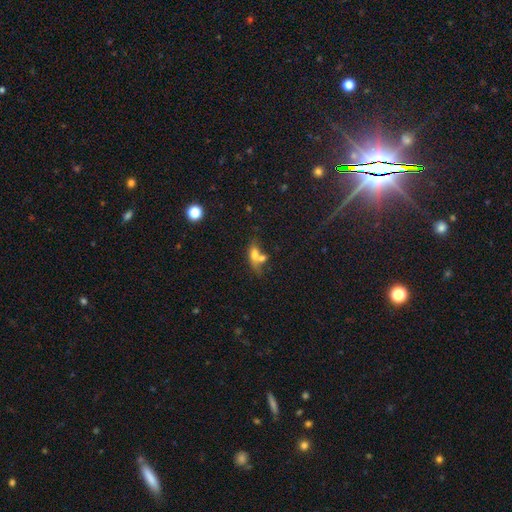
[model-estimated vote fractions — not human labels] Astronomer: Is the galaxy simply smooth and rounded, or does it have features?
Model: smooth — 62%.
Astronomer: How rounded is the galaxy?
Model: in between — 70%.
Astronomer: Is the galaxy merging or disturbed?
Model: merger — 50% (runner-up: none, 29%).